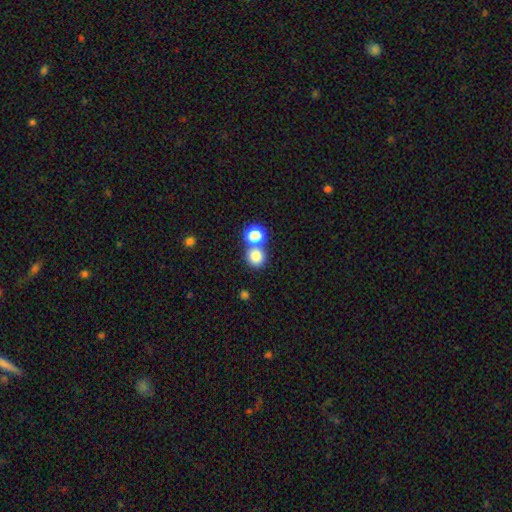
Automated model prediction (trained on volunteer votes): Smooth or featured?
  - smooth: 80% *
  - star or artifact: 14%
  - featured or disk: 7%
How rounded?
  - round: 87% *
  - in between: 12%
  - cigar-shaped: 1%
Merging?
  - none: 56% *
  - merger: 34%
  - minor disturbance: 6%
  - major disturbance: 3%